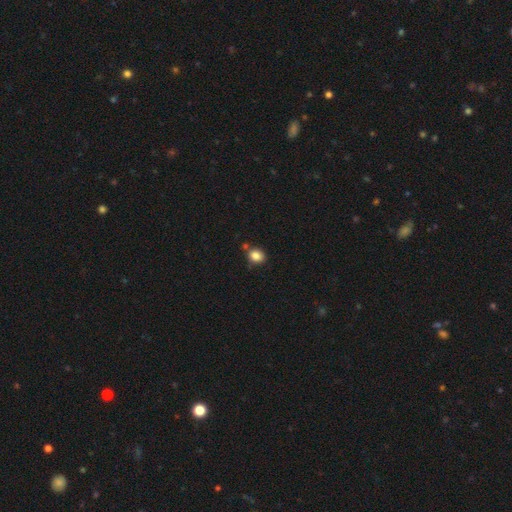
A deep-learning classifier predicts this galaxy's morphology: Smooth or featured? Predicted: smooth (p=0.84). How rounded? Predicted: round (p=0.54). Merging? Predicted: none (p=0.73).